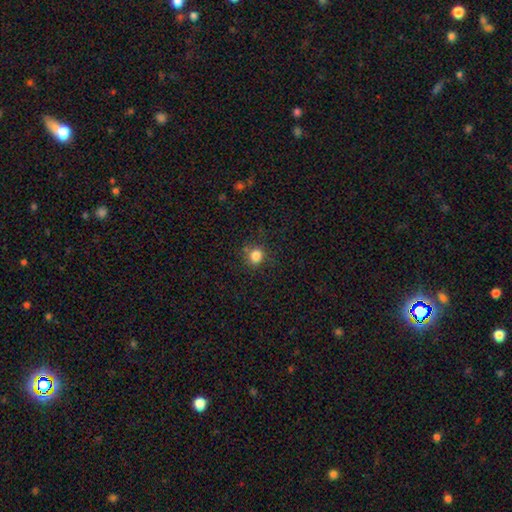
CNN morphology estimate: A smooth galaxy with no disk features (83%) that is round (79%). Merging: none (79%).